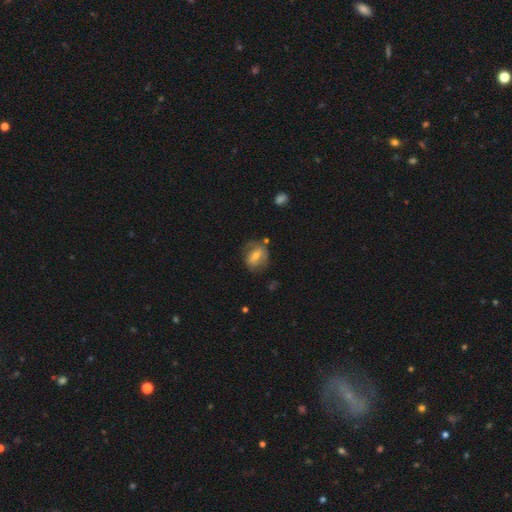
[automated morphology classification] smooth-or-featured: featured or disk: 48% | smooth: 44% | star or artifact: 8%
  merging: none: 57% | minor disturbance: 25% | major disturbance: 14% | merger: 4%